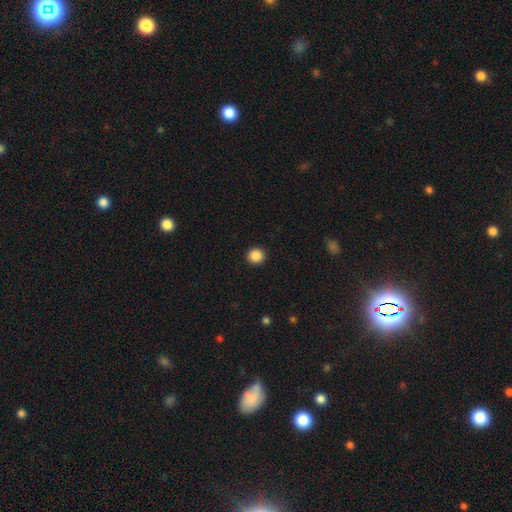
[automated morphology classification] Q: Smooth or featured?
A: smooth (88%); runner-up: star or artifact (10%)
Q: How rounded?
A: round (93%); runner-up: in between (6%)
Q: Merging?
A: none (93%); runner-up: minor disturbance (4%)